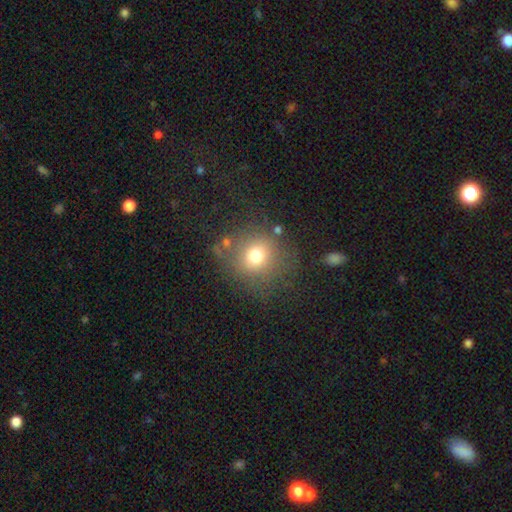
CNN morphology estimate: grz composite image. It shows a smooth galaxy with no disk features (72%) that is round (87%). Merging: none (75%).